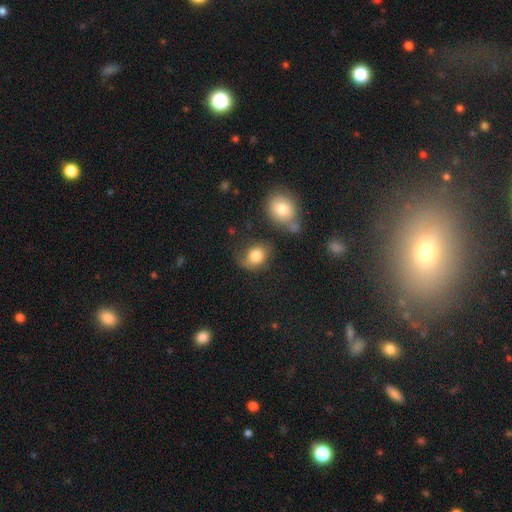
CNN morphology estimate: The model was most divided on "how rounded": in between: 50%, round: 49%, cigar-shaped: 1%. Remaining: smooth or featured — smooth (78%); merging — none (49%).